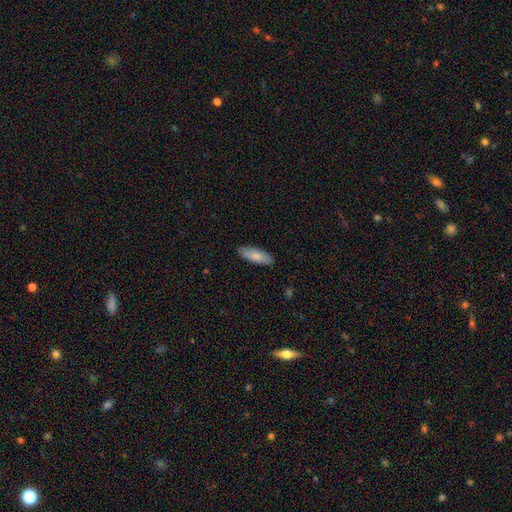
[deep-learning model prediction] Smooth or featured? Predicted: smooth (p=0.82). How rounded? Predicted: in between (p=0.65). Merging? Predicted: none (p=0.87).